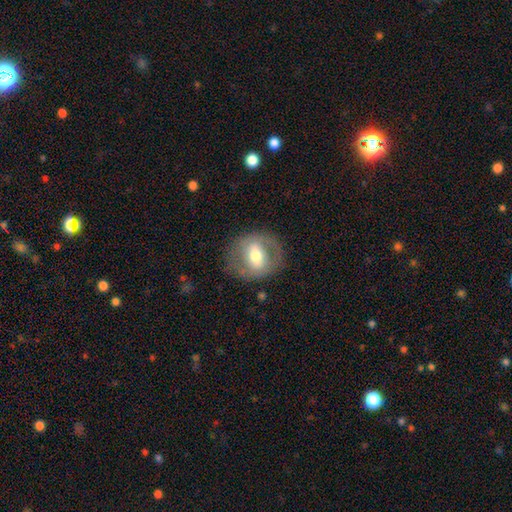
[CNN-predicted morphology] type=featured or disk (54%); edge-on=no (91%); merging=none (76%).